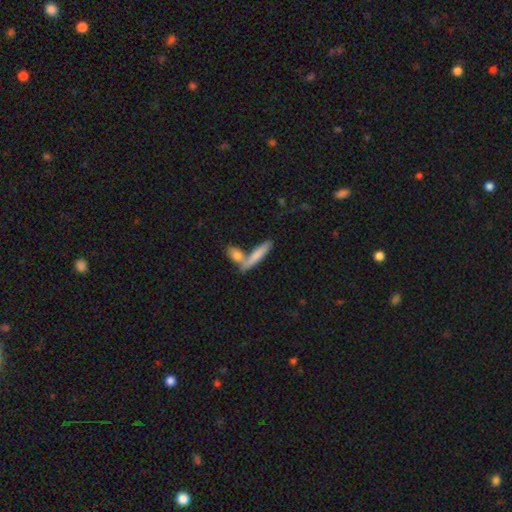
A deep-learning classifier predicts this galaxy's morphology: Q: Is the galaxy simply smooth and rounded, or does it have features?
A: smooth — 72%.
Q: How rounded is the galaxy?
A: cigar-shaped — 81%.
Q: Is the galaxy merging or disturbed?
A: none — 54%.